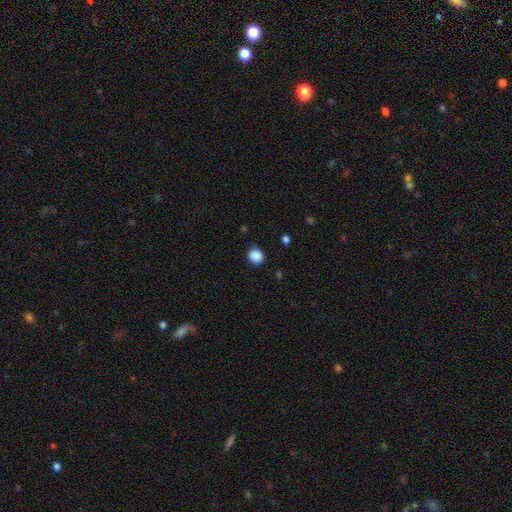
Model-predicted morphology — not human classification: smooth-or-featured: smooth: 88% | star or artifact: 9% | featured or disk: 2%
  how-rounded: round: 77% | in between: 22% | cigar-shaped: 1%
  merging: none: 89% | minor disturbance: 8% | major disturbance: 2% | merger: 1%